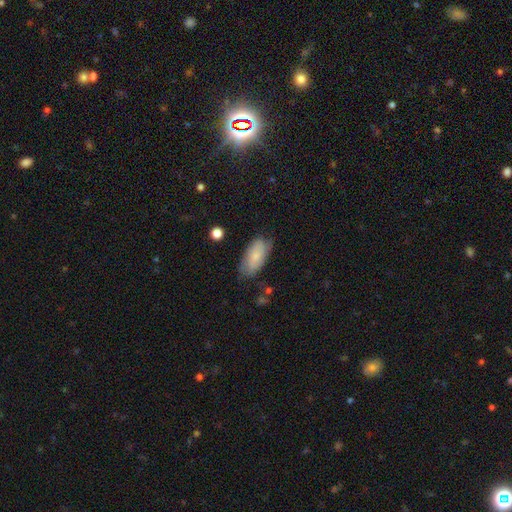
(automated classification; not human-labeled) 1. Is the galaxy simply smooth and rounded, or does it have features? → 68% smooth, 25% featured or disk, 7% star or artifact.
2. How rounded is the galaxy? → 91% in between, 6% cigar-shaped, 3% round.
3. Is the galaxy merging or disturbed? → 67% none, 25% minor disturbance, 6% major disturbance, 2% merger.